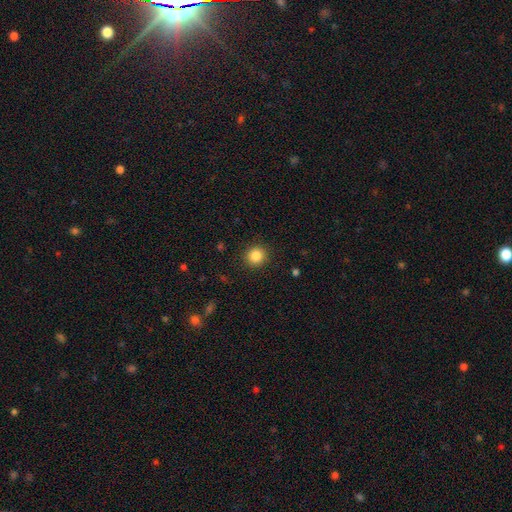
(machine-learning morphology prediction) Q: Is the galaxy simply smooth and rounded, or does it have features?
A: smooth — 85%.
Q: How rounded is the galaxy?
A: round — 91%.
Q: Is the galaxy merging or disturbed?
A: none — 91%.